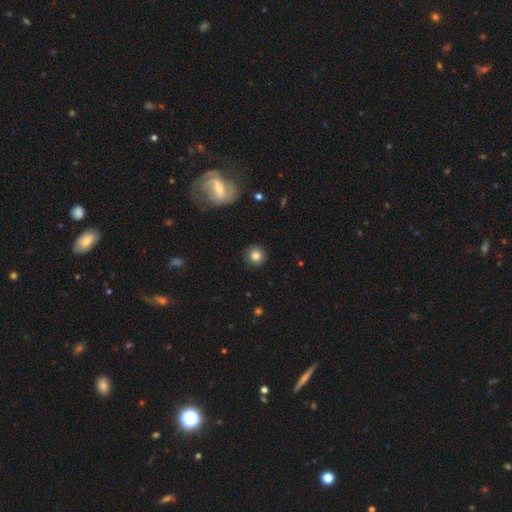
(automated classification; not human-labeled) Smooth or featured? smooth (83%)
How rounded? round (93%)
Merging? none (90%)